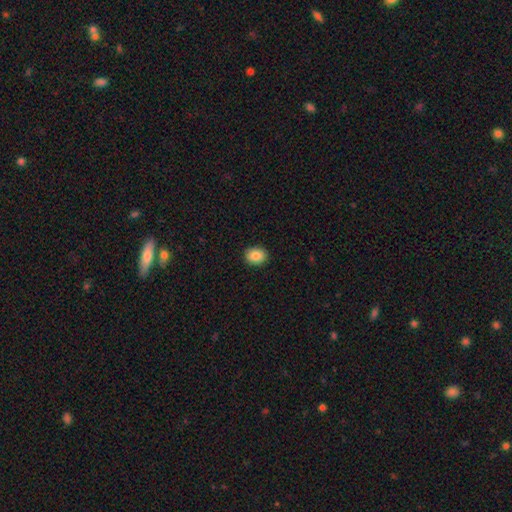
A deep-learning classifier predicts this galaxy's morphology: smooth_or_featured: smooth (p=0.87) [alt: star or artifact p=0.08]
how_rounded: in between (p=0.55) [alt: round p=0.44]
merging: none (p=0.91) [alt: minor disturbance p=0.07]